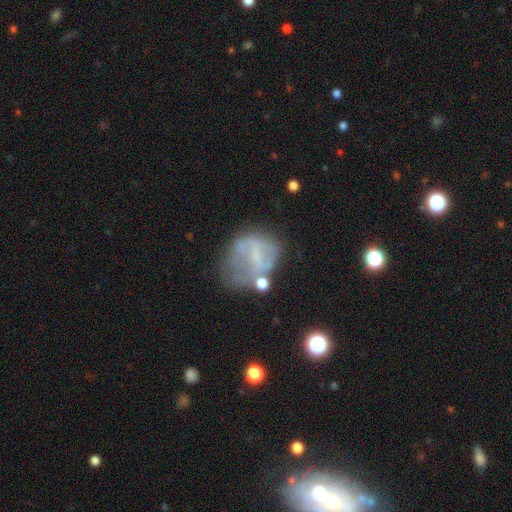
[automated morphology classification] A featured or disk galaxy (51%). Merging: none (38%).